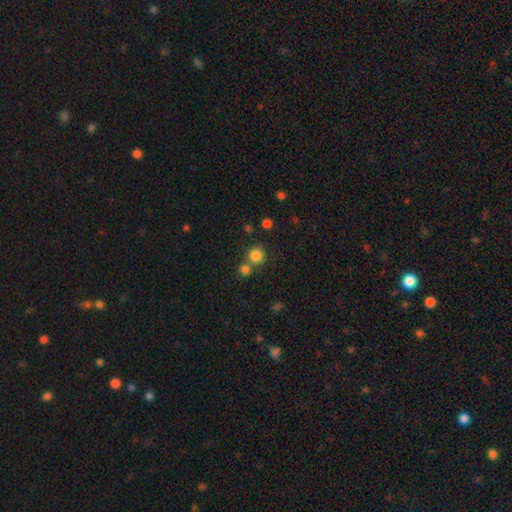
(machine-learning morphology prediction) type=smooth (82%); roundness=round (91%); merging=none (66%).